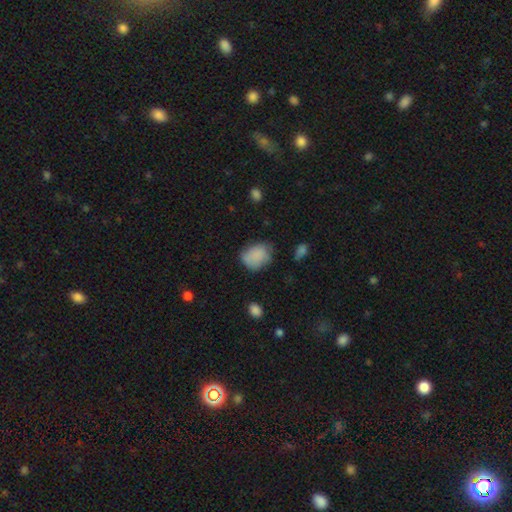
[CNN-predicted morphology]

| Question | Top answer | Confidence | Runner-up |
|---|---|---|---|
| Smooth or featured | smooth | 81% | featured or disk (11%) |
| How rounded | in between | 59% | round (40%) |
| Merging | none | 54% | minor disturbance (32%) |